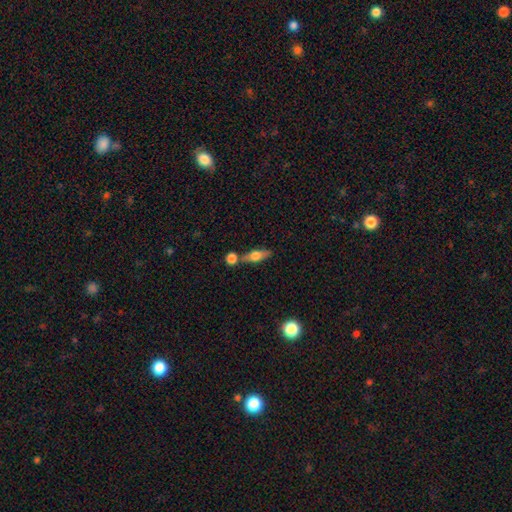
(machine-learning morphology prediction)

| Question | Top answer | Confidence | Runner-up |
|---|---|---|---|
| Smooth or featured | smooth | 53% | featured or disk (39%) |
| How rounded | in between | 53% | cigar-shaped (40%) |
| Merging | none | 60% | merger (24%) |